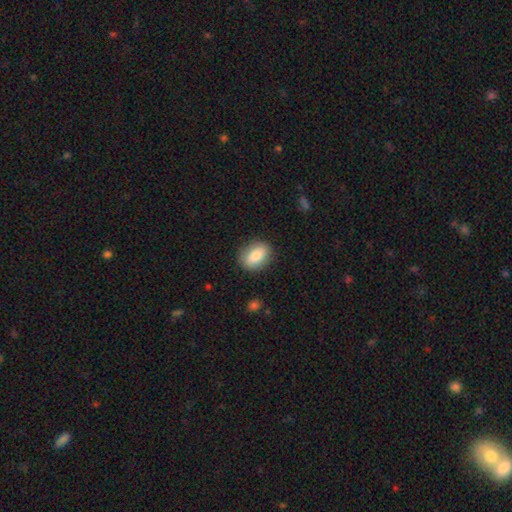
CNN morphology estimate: smooth_or_featured: smooth (p=0.81) [alt: featured or disk p=0.12]
how_rounded: in between (p=0.76) [alt: round p=0.22]
merging: none (p=0.85) [alt: minor disturbance p=0.11]